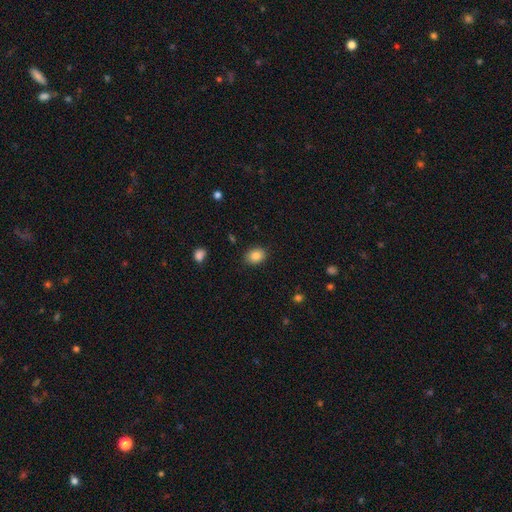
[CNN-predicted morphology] The model was most divided on "how rounded": in between: 64%, round: 35%, cigar-shaped: 1%. More confident: merging — none (87%); smooth or featured — smooth (87%).